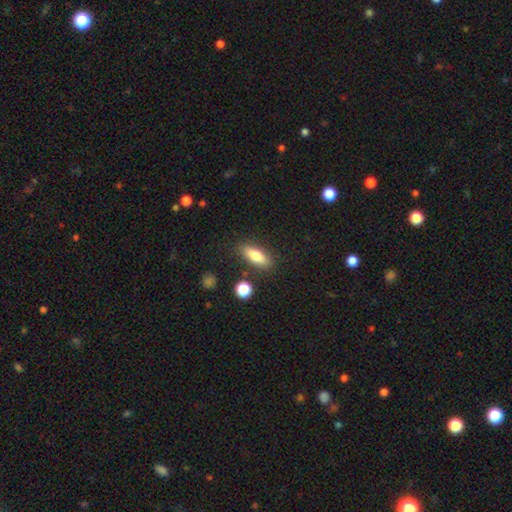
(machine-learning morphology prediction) A smooth galaxy with no disk features (79%) that is in between round and cigar-shaped (68%). Merging: none (81%).